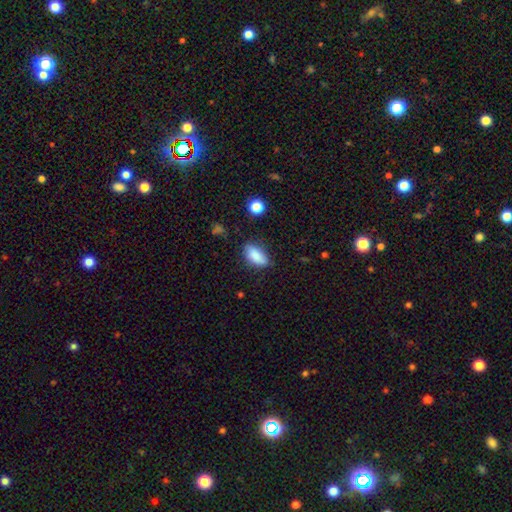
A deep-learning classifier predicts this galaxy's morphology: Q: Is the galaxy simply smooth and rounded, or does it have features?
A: smooth — 84%.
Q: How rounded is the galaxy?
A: in between — 91%.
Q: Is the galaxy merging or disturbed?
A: none — 70%.